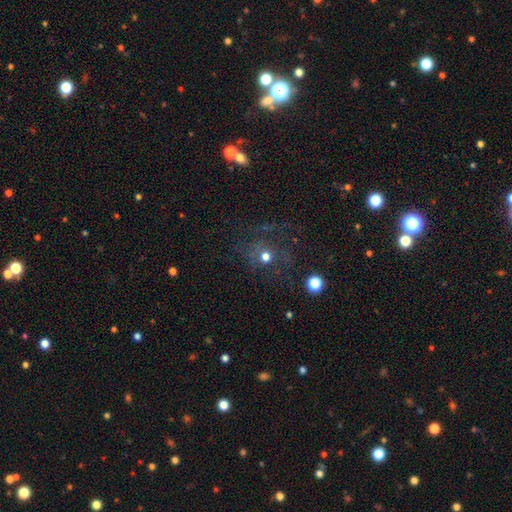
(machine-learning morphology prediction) Smooth or featured: star or artifact — 46% (smooth — 30%)